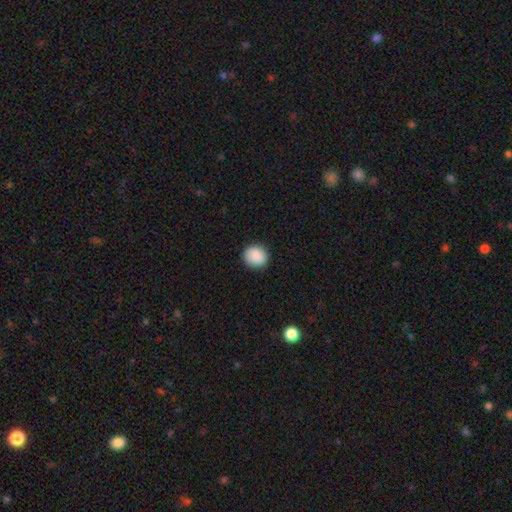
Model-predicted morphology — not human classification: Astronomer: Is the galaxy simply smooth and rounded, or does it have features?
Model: smooth — 89%.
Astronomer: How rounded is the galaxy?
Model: round — 84%.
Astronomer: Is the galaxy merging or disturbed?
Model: none — 89%.